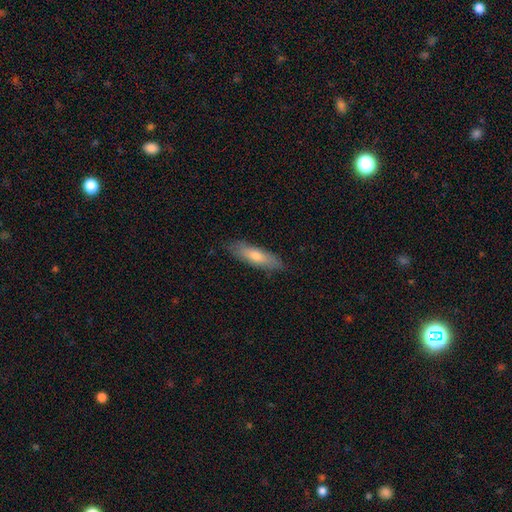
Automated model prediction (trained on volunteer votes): Morphology: type=smooth (67%); roundness=cigar-shaped (66%); merging=none (85%).